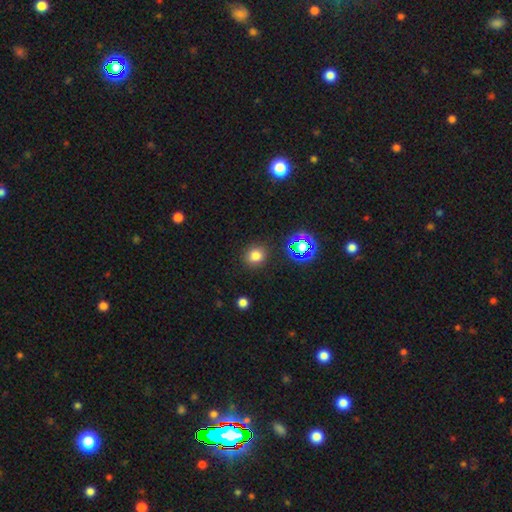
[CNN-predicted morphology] Smooth or featured?
  - smooth: 75% *
  - star or artifact: 19%
  - featured or disk: 6%
How rounded?
  - round: 82% *
  - in between: 17%
  - cigar-shaped: 1%
Merging?
  - none: 89% *
  - minor disturbance: 7%
  - major disturbance: 3%
  - merger: 2%